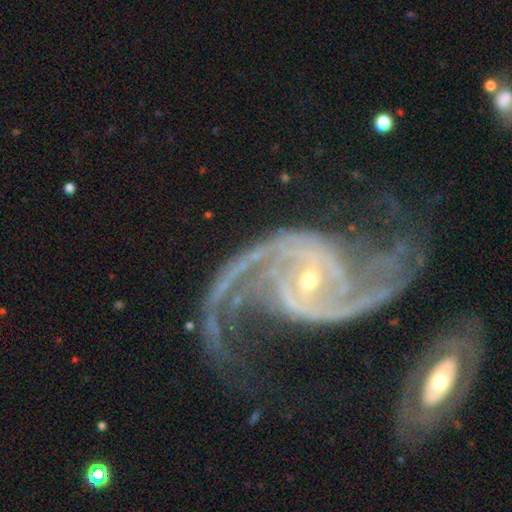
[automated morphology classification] This appears to be a featured or disk galaxy (93%) with a weak bar (37%), 2 (89%) loose (49%) spiral arms (98%) and a small central bulge (73%). Merging: none (58%).